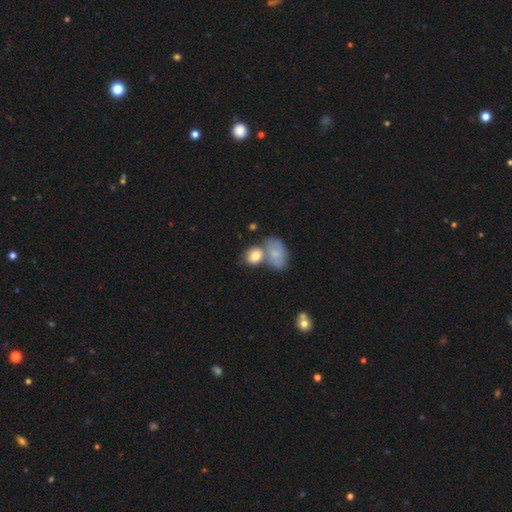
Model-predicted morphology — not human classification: smooth-or-featured: smooth: 79% | featured or disk: 13% | star or artifact: 8%
  how-rounded: in between: 56% | round: 42% | cigar-shaped: 1%
  merging: merger: 42% | none: 39% | minor disturbance: 14% | major disturbance: 5%